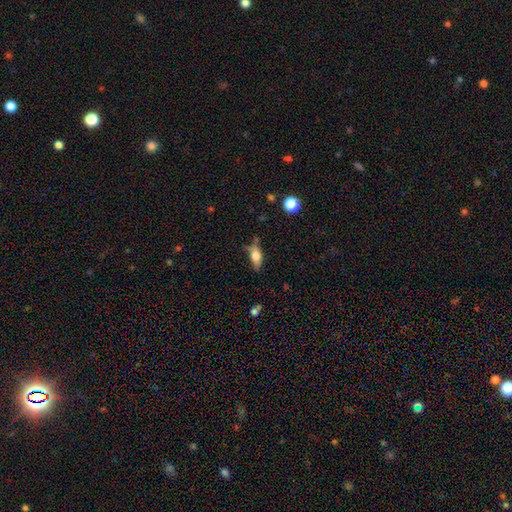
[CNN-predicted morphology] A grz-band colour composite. It shows a smooth galaxy with no disk features (57%) that is in between round and cigar-shaped (70%). Merging: none (58%).